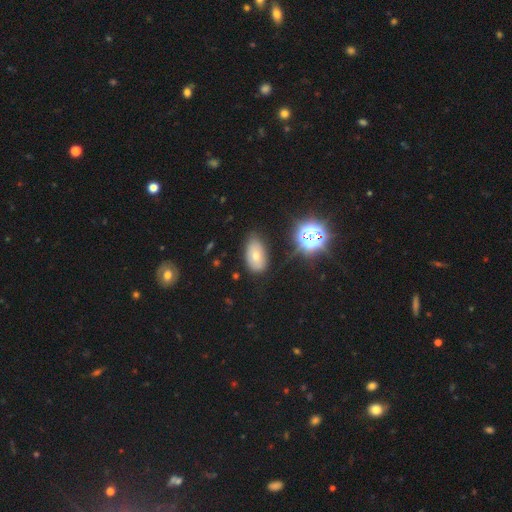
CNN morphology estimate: A smooth galaxy with no disk features (65%) that is in between round and cigar-shaped (90%).

Vote fractions:
- Smooth or featured? smooth: 65% / featured or disk: 18% / star or artifact: 16%
- How rounded? in between: 90% / round: 8% / cigar-shaped: 2%
- Merging? none: 69% / minor disturbance: 22% / major disturbance: 5% / merger: 3%